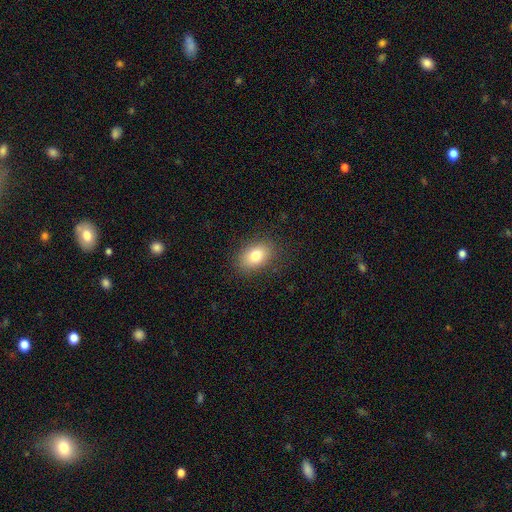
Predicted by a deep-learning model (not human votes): Smooth or featured? Predicted: smooth (p=0.81). How rounded? Predicted: in between (p=0.80). Merging? Predicted: none (p=0.85).